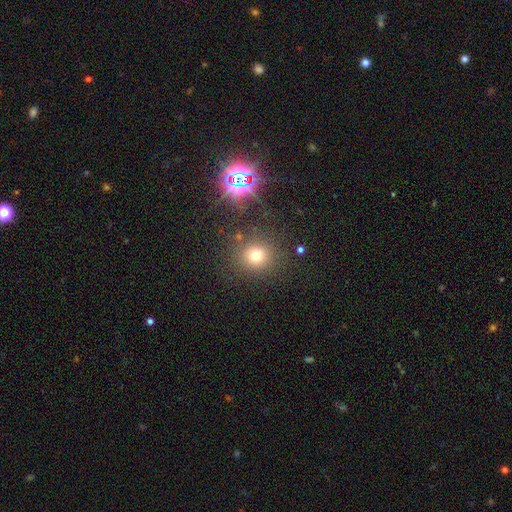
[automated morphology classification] Smooth or featured? Predicted: smooth (p=0.70). How rounded? Predicted: round (p=0.89). Merging? Predicted: none (p=0.83).